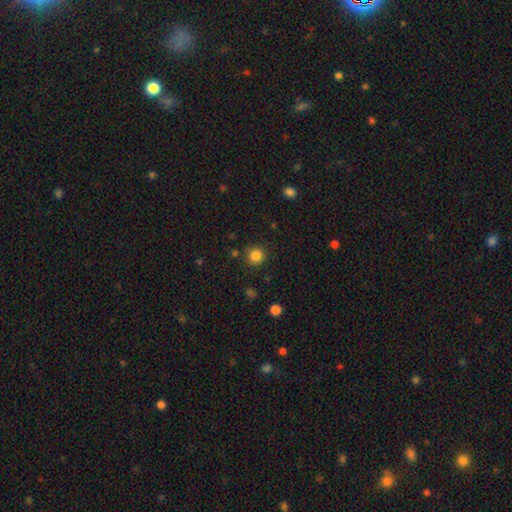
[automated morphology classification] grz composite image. It shows a smooth galaxy with no disk features (83%) that is round (92%). Merging: none (88%).